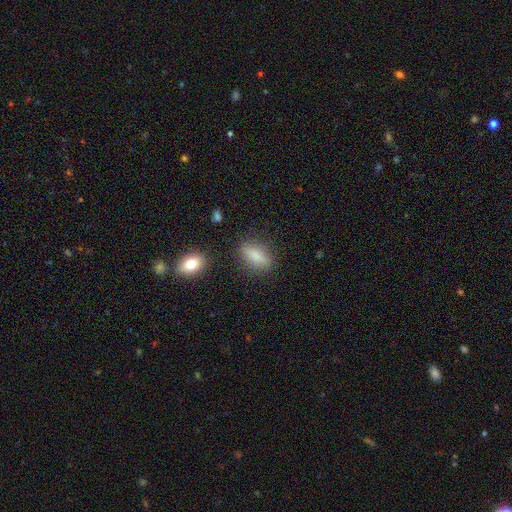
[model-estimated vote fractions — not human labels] Smooth or featured: smooth — 81% (featured or disk — 11%)
How rounded: in between — 74% (cigar-shaped — 21%)
Merging: none — 82% (minor disturbance — 11%)